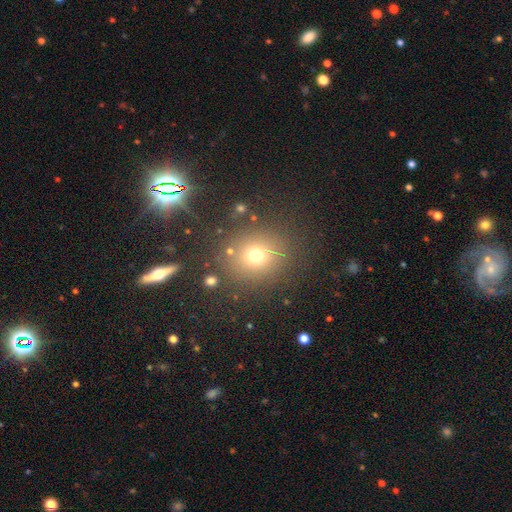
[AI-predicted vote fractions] smooth-or-featured: smooth: 70% | star or artifact: 21% | featured or disk: 10%
  how-rounded: round: 82% | in between: 17% | cigar-shaped: 1%
  merging: none: 83% | minor disturbance: 9% | major disturbance: 4% | merger: 4%